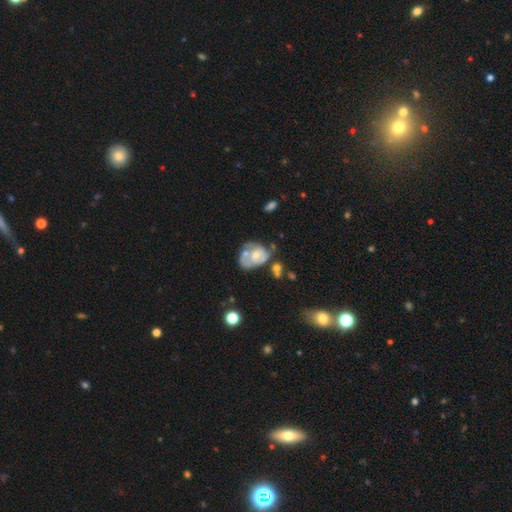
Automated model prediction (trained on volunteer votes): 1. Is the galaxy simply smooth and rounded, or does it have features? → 53% featured or disk, 40% smooth, 8% star or artifact.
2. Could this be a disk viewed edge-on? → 97% no, 3% yes.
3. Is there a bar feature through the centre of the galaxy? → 83% no, 14% weak, 3% strong.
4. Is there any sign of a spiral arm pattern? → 66% no, 34% yes.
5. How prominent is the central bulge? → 49% moderate, 40% small, 6% none, 4% large, 1% dominant.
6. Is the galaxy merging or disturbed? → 31% merger, 24% none, 23% minor disturbance, 22% major disturbance.